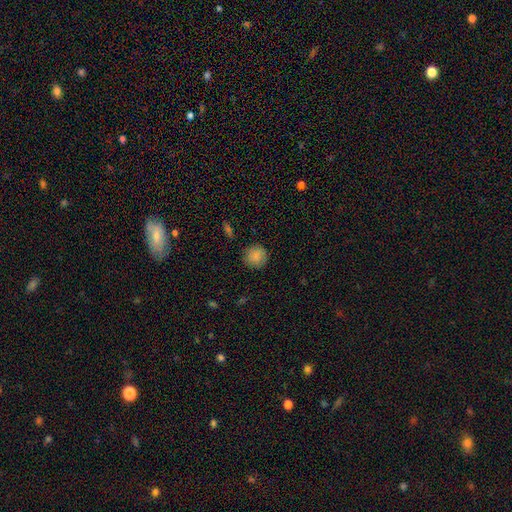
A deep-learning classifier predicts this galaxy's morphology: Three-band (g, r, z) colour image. It shows a smooth galaxy with no disk features (87%) that is round (93%). Merging: none (89%).